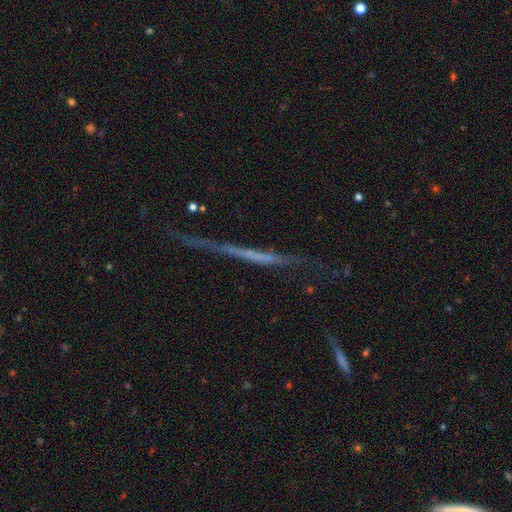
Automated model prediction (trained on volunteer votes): featured or disk 62%, smooth 25%, star or artifact 13%. Down the decision tree: edge-on disk — yes (90%); edge-on bulge — none (85%); merging — none (67%).